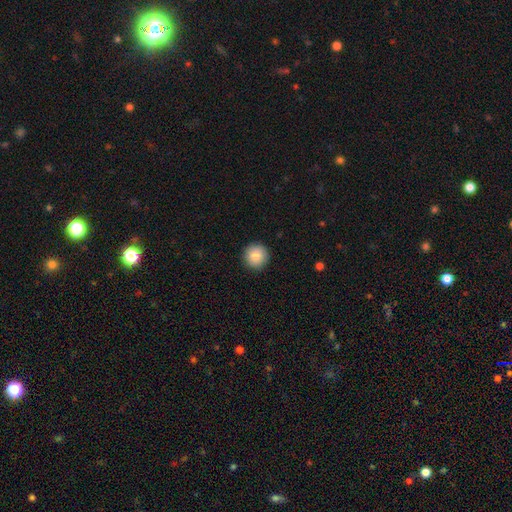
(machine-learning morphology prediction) This is clearly a smooth galaxy (88%). How rounded: clearly round (95%). Merging: clearly none (92%).